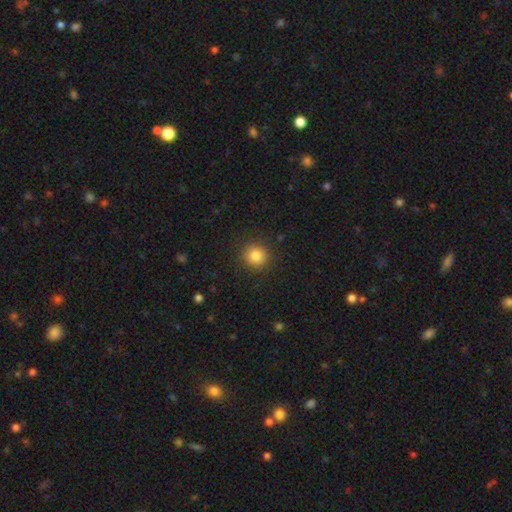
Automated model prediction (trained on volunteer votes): Morphology: type=smooth (84%); roundness=round (92%); merging=none (90%).